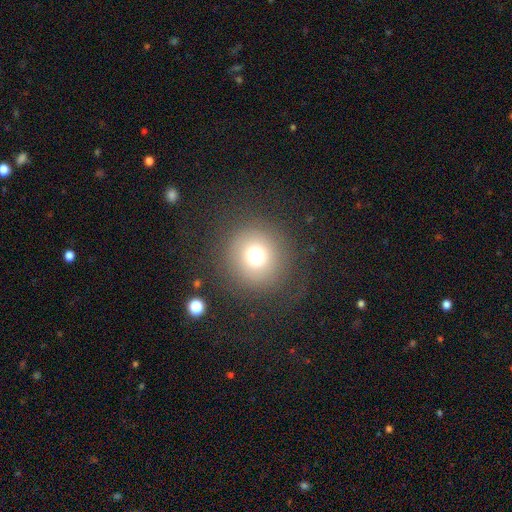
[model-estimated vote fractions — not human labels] Overall: smooth (72%). How rounded: round (95%). Merging: none (82%).